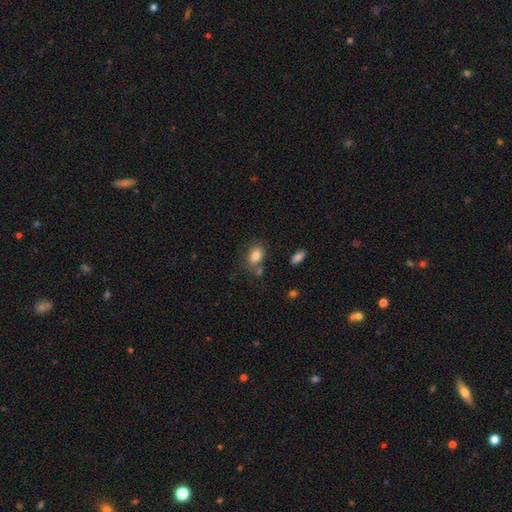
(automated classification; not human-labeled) Smooth or featured: smooth — 83% (star or artifact — 9%)
How rounded: in between — 78% (round — 21%)
Merging: none — 68% (minor disturbance — 17%)